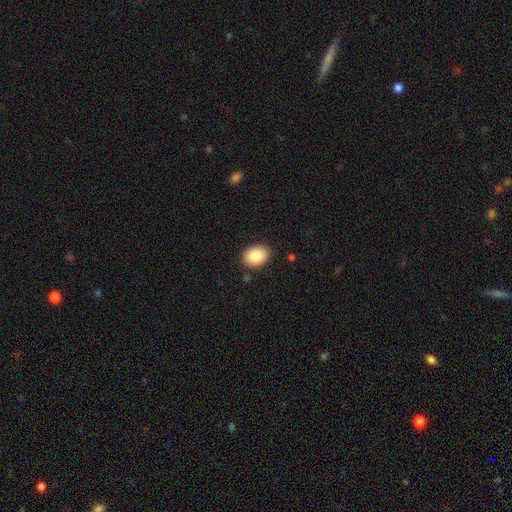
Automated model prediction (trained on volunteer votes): Smooth or featured?
  - smooth: 86% *
  - star or artifact: 7%
  - featured or disk: 7%
How rounded?
  - in between: 73% *
  - round: 26%
  - cigar-shaped: 1%
Merging?
  - none: 87% *
  - minor disturbance: 9%
  - major disturbance: 2%
  - merger: 2%